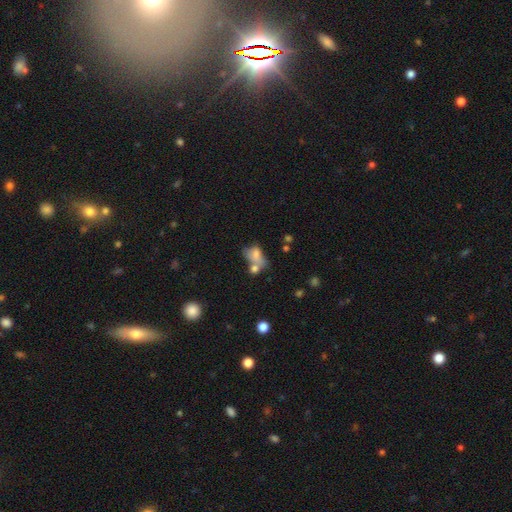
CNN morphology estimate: This appears to be a smooth galaxy with no disk features (69%) that is in between round and cigar-shaped (76%). Merging: merger (48%).